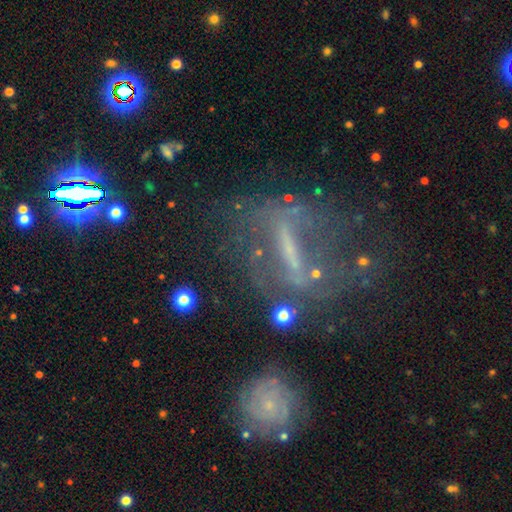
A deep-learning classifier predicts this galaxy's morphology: A featured or disk galaxy (66%) with a strong bar (65%), no spiral arms (51%) and no central bulge (41%). Merging: none (54%).